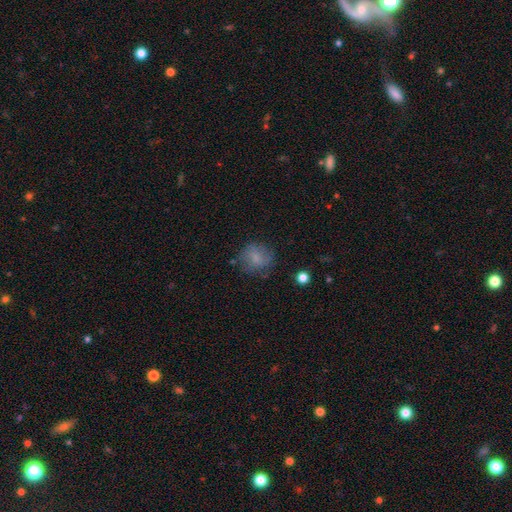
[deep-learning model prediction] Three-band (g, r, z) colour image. It shows a smooth galaxy with no disk features (73%) that is round (79%). Merging: none (71%).